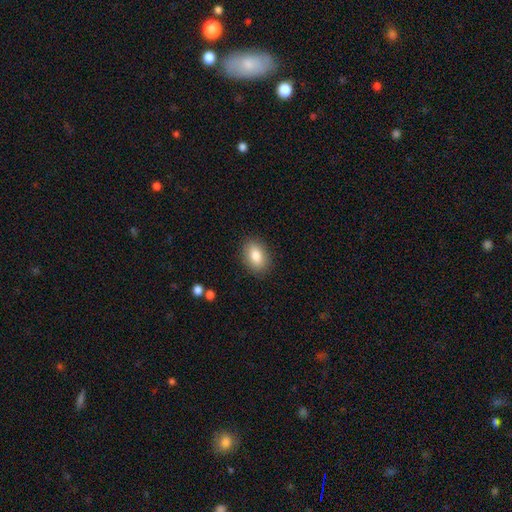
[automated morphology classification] smooth 84%, featured or disk 9%, star or artifact 8%. Down the decision tree: how rounded — in between (84%); merging — none (88%).